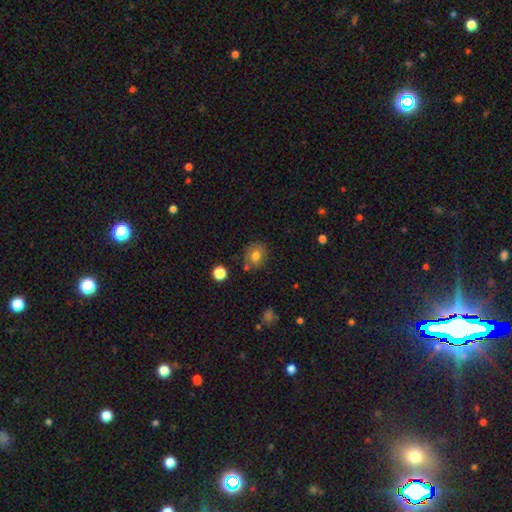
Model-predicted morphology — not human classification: type=smooth (76%); roundness=round (61%); merging=none (73%).